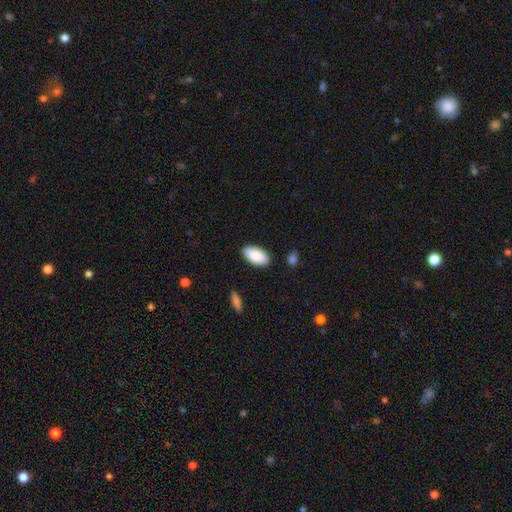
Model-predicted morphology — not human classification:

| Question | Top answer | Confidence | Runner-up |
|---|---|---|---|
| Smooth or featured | smooth | 89% | star or artifact (6%) |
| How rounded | in between | 95% | cigar-shaped (3%) |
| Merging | none | 86% | minor disturbance (10%) |